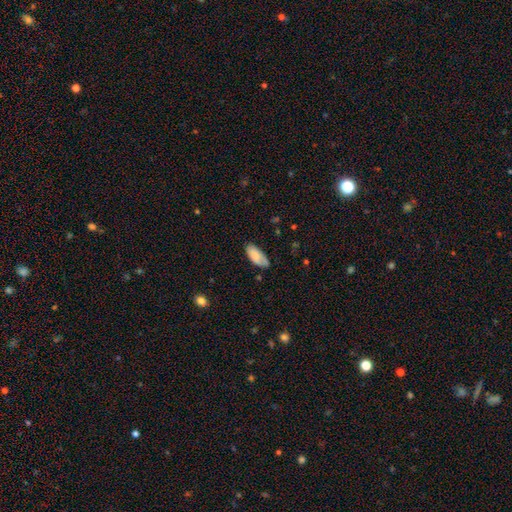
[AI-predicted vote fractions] A smooth galaxy with no disk features (75%) that is in between round and cigar-shaped (89%). Merging: none (68%).